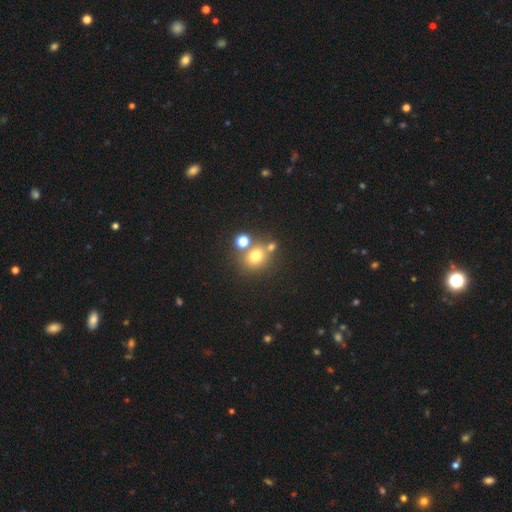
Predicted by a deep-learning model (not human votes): Smooth or featured?
  - smooth: 72% *
  - star or artifact: 18%
  - featured or disk: 10%
How rounded?
  - round: 79% *
  - in between: 20%
  - cigar-shaped: 1%
Merging?
  - none: 61% *
  - merger: 25%
  - minor disturbance: 10%
  - major disturbance: 4%